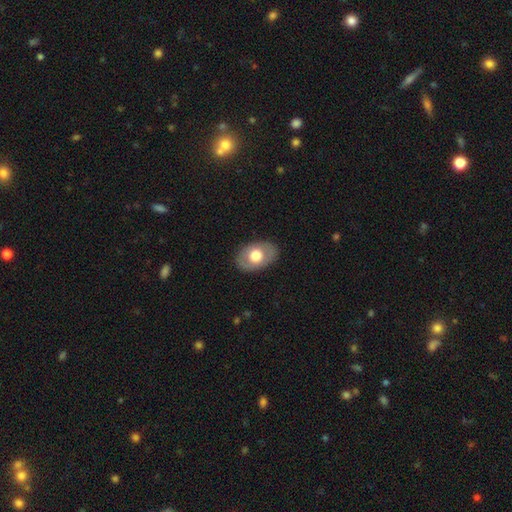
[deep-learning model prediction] Q: Smooth or featured?
A: smooth (60%); runner-up: featured or disk (34%)
Q: How rounded?
A: in between (82%); runner-up: round (17%)
Q: Merging?
A: none (85%); runner-up: minor disturbance (11%)